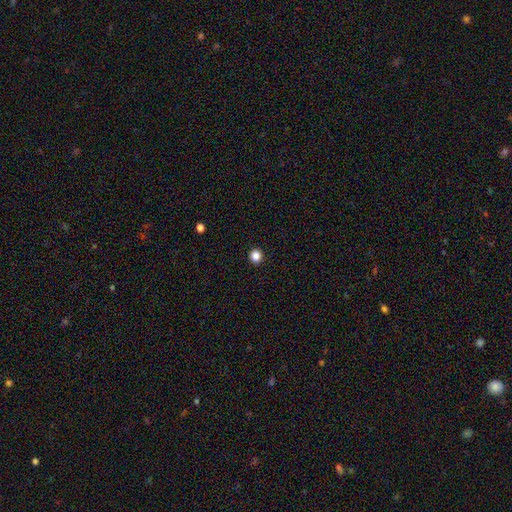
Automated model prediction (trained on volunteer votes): smooth_or_featured: smooth (p=0.85) [alt: star or artifact p=0.12]
how_rounded: round (p=0.91) [alt: in between p=0.08]
merging: none (p=0.93) [alt: minor disturbance p=0.04]